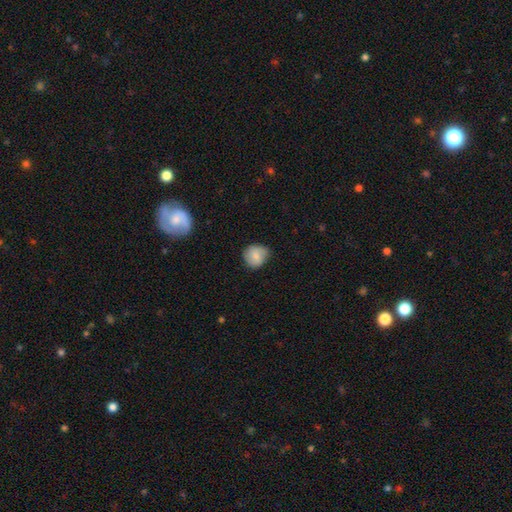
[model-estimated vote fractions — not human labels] Smooth or featured?
  - smooth: 76% *
  - featured or disk: 16%
  - star or artifact: 8%
How rounded?
  - round: 80% *
  - in between: 19%
  - cigar-shaped: 1%
Merging?
  - none: 64% *
  - minor disturbance: 29%
  - major disturbance: 5%
  - merger: 1%